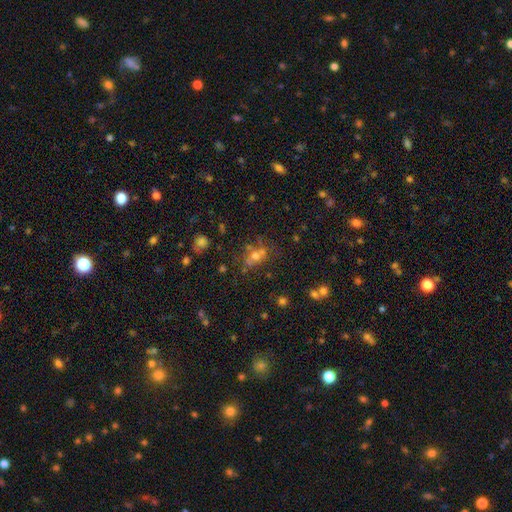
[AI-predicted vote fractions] smooth_or_featured: smooth (p=0.53) [alt: star or artifact p=0.30]
how_rounded: round (p=0.60) [alt: in between p=0.37]
merging: none (p=0.52) [alt: merger p=0.26]